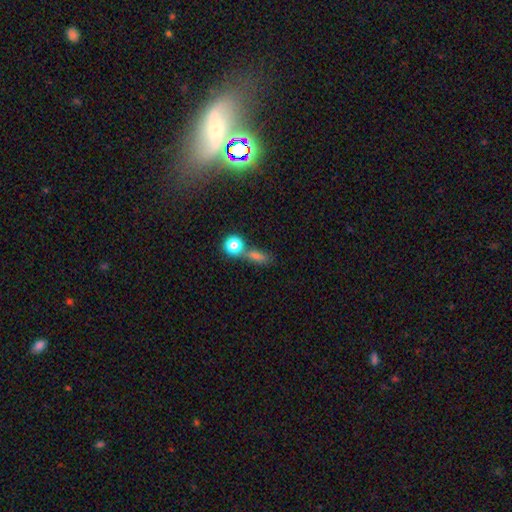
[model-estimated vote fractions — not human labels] A smooth galaxy with no disk features (65%) that is in between round and cigar-shaped (45%).

Vote fractions:
- Smooth or featured? smooth: 65% / star or artifact: 23% / featured or disk: 13%
- How rounded? in between: 45% / round: 33% / cigar-shaped: 22%
- Merging? none: 51% / merger: 28% / minor disturbance: 13% / major disturbance: 9%